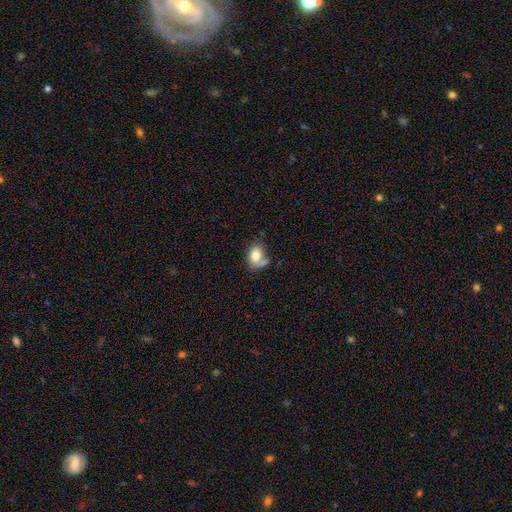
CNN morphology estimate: A smooth galaxy with no disk features (77%) that is in between round and cigar-shaped (73%). Merging: none (42%).